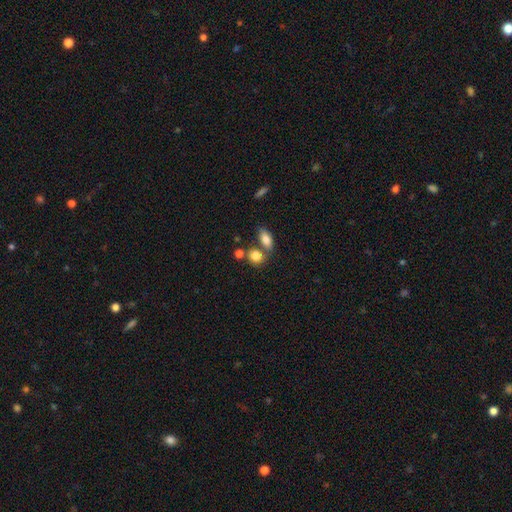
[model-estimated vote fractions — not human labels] Smooth or featured? Predicted: smooth (p=0.83). How rounded? Predicted: round (p=0.53). Merging? Predicted: none (p=0.50).